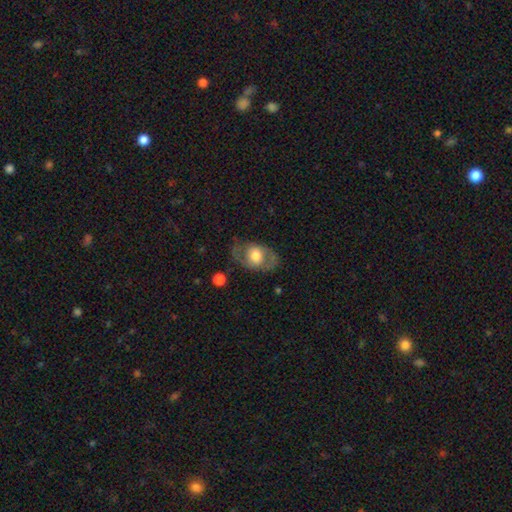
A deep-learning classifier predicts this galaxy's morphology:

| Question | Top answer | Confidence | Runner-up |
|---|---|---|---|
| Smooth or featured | featured or disk | 48% | smooth (46%) |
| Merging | none | 66% | minor disturbance (19%) |